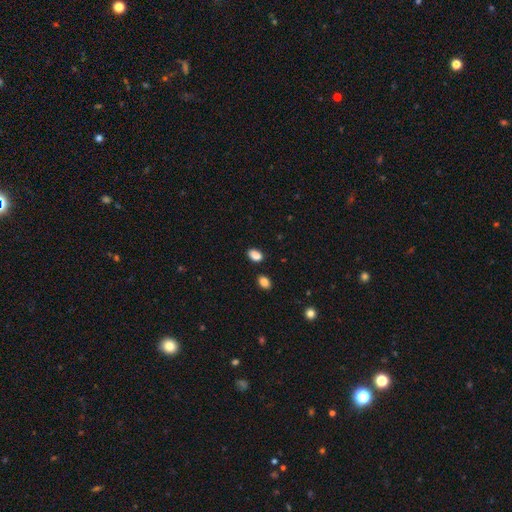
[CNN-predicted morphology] Smooth or featured?
  - smooth: 87% *
  - star or artifact: 9%
  - featured or disk: 4%
How rounded?
  - in between: 88% *
  - round: 10%
  - cigar-shaped: 2%
Merging?
  - none: 79% *
  - minor disturbance: 13%
  - merger: 5%
  - major disturbance: 3%